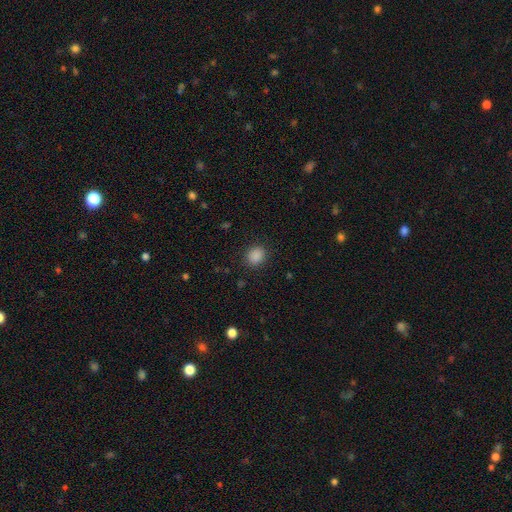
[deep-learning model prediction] This is clearly a smooth galaxy (87%). How rounded: likely round (60%). Merging: clearly none (88%).